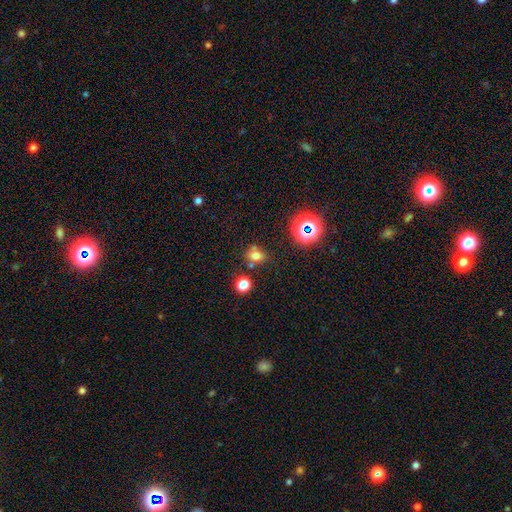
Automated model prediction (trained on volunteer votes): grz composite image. It shows a smooth galaxy with no disk features (68%) that is in between round and cigar-shaped (51%). Merging: none (60%).